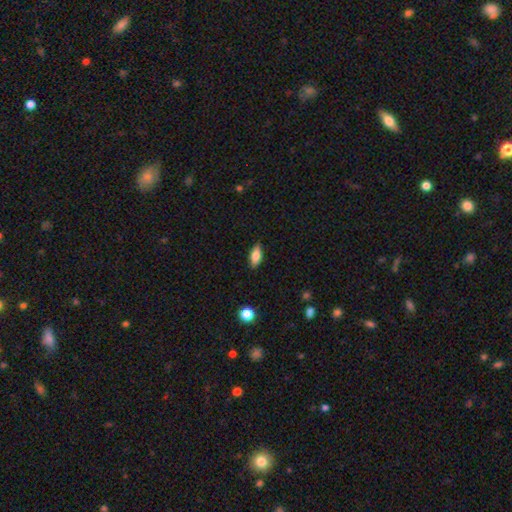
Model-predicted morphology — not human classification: Overall: smooth (79%). How rounded: in between (84%). Merging: none (87%).